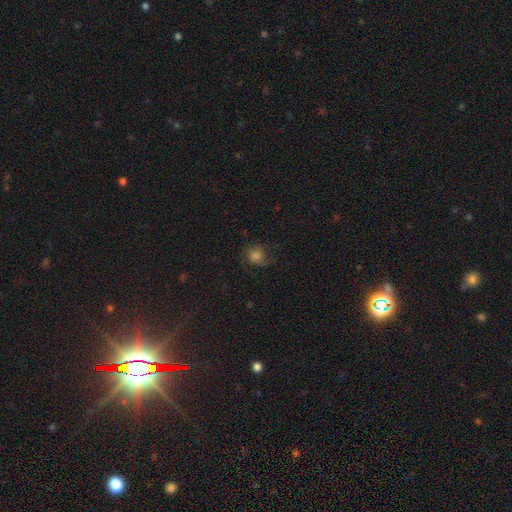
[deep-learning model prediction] Smooth or featured: smooth — 54% (featured or disk — 30%)
How rounded: round — 71% (in between — 28%)
Merging: none — 55% (minor disturbance — 23%)